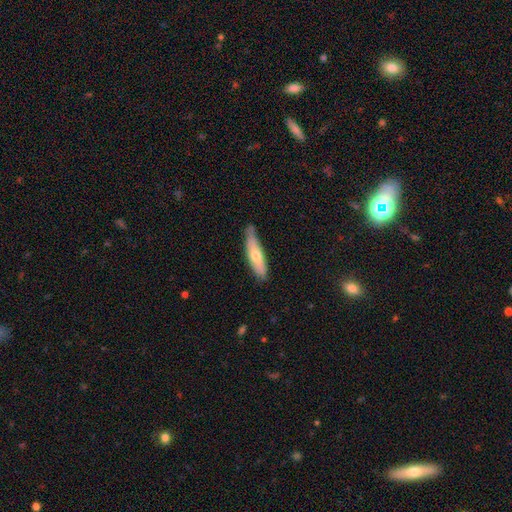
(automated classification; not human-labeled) smooth_or_featured: smooth (p=0.57) [alt: featured or disk p=0.36]
how_rounded: cigar-shaped (p=0.76) [alt: in between p=0.23]
merging: none (p=0.72) [alt: minor disturbance p=0.23]